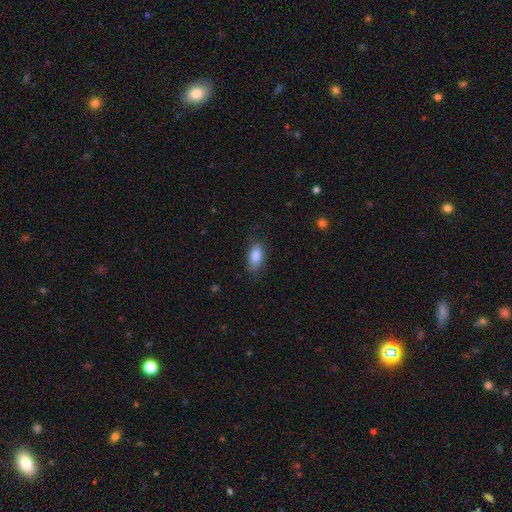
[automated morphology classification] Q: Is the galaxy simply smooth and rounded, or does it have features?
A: smooth — 84%.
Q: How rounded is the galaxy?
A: in between — 89%.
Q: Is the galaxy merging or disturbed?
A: none — 78%.